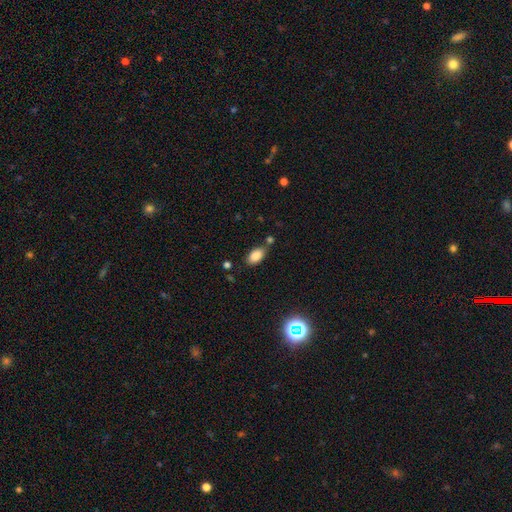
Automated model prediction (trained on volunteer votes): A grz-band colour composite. It shows a smooth galaxy with no disk features (85%) that is in between round and cigar-shaped (92%). Merging: none (71%).